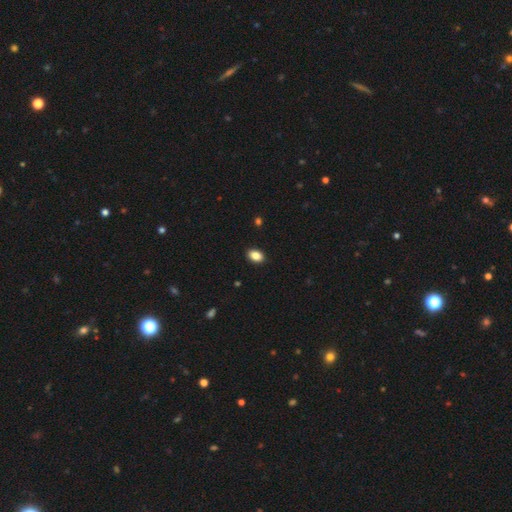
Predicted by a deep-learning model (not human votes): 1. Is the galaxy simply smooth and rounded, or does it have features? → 86% smooth, 9% star or artifact, 5% featured or disk.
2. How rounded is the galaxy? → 82% in between, 16% round, 1% cigar-shaped.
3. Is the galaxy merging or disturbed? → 90% none, 7% minor disturbance, 2% major disturbance, 1% merger.